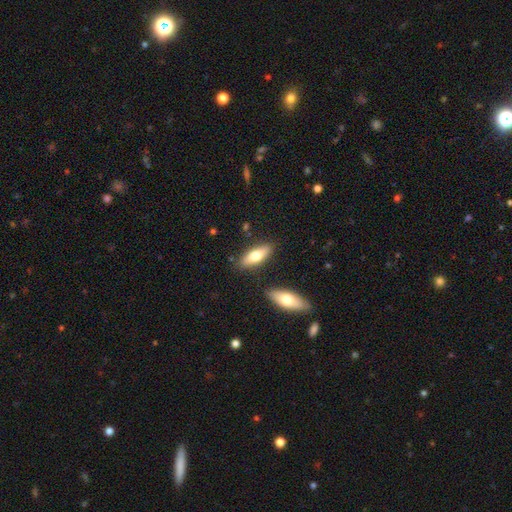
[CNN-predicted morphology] Q: Smooth or featured?
A: smooth (68%); runner-up: featured or disk (26%)
Q: How rounded?
A: in between (62%); runner-up: cigar-shaped (36%)
Q: Merging?
A: none (81%); runner-up: minor disturbance (11%)